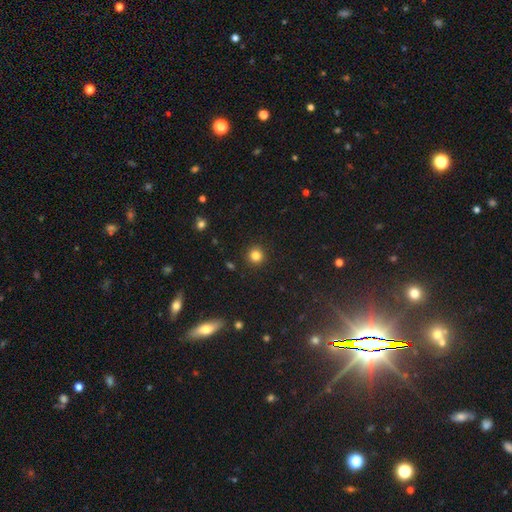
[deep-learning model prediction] A smooth galaxy with no disk features (83%) that is round (93%).

Vote fractions:
- Smooth or featured? smooth: 83% / star or artifact: 12% / featured or disk: 5%
- How rounded? round: 93% / in between: 6% / cigar-shaped: 1%
- Merging? none: 92% / minor disturbance: 5% / major disturbance: 2% / merger: 1%